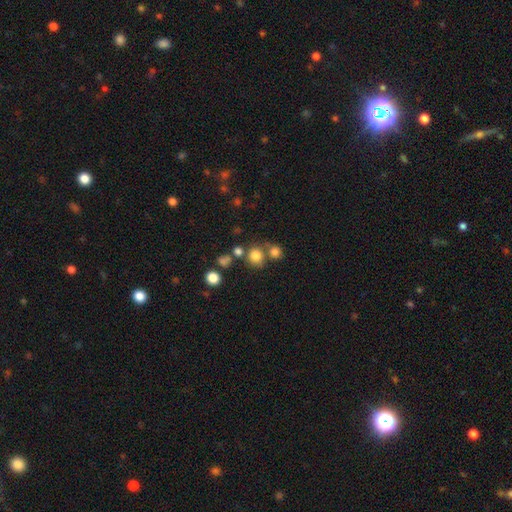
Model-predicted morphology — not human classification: Smooth or featured?
  - smooth: 78% *
  - star or artifact: 15%
  - featured or disk: 8%
How rounded?
  - round: 87% *
  - in between: 12%
  - cigar-shaped: 1%
Merging?
  - none: 62% *
  - merger: 24%
  - minor disturbance: 9%
  - major disturbance: 5%